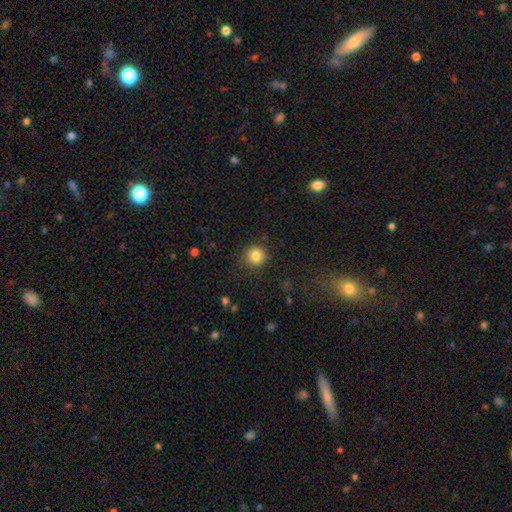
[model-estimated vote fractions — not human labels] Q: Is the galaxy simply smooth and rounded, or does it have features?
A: smooth — 84%.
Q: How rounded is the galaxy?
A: round — 93%.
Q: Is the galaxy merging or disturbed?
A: none — 86%.